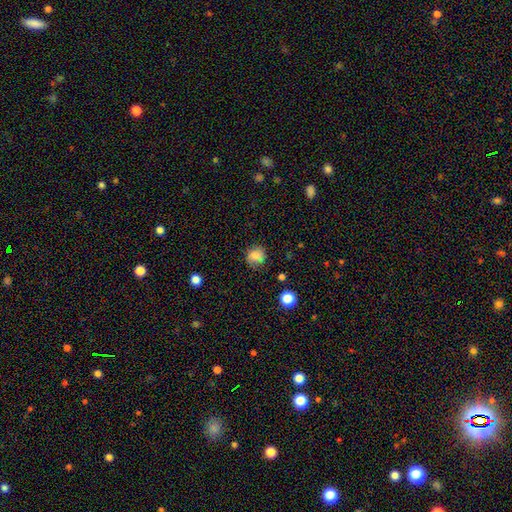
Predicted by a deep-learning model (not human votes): Smooth or featured: smooth — 80% (star or artifact — 11%)
How rounded: round — 86% (in between — 13%)
Merging: none — 77% (minor disturbance — 17%)